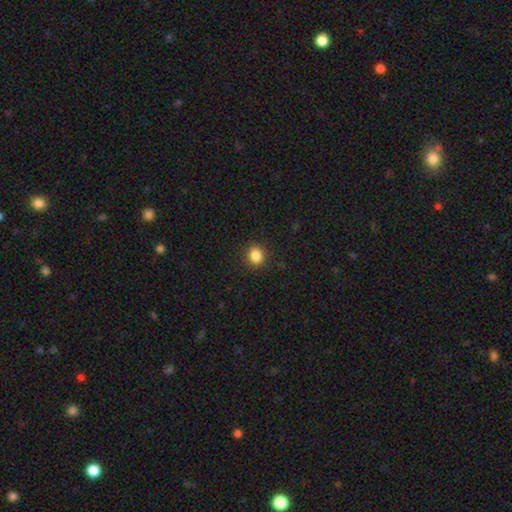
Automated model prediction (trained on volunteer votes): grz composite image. It shows a smooth galaxy with no disk features (85%) that is round (75%). Merging: none (89%).